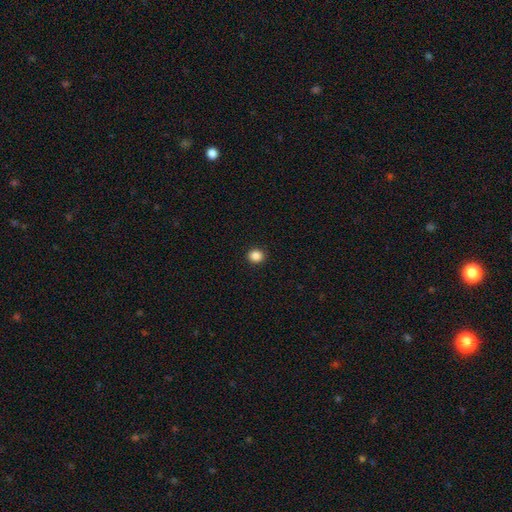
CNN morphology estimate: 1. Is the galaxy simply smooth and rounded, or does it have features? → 87% smooth, 10% star or artifact, 3% featured or disk.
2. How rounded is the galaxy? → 83% round, 16% in between, 1% cigar-shaped.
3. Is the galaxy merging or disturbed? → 93% none, 5% minor disturbance, 2% major disturbance, 1% merger.